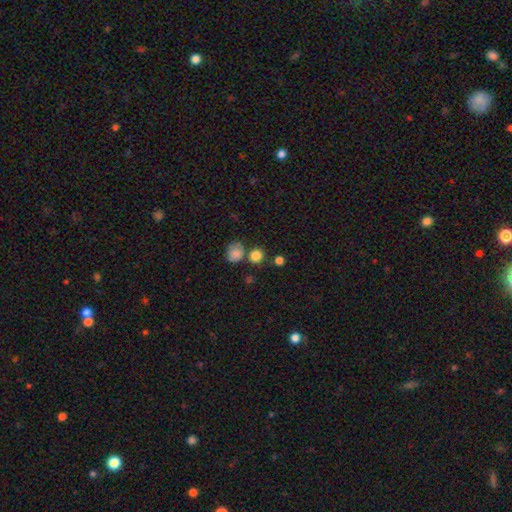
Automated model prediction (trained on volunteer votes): smooth 82%, star or artifact 13%, featured or disk 5%. Down the decision tree: how rounded — round (88%); merging — none (68%).